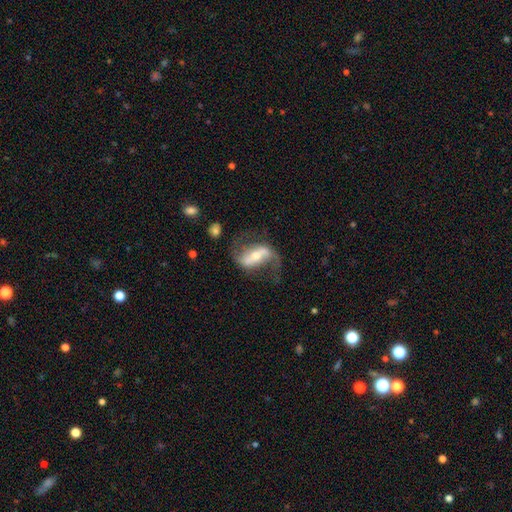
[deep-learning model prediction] Smooth or featured? Predicted: featured or disk (p=0.83). Edge-on disk? Predicted: no (p=0.94). Bar? Predicted: strong (p=0.56). Spiral arms? Predicted: yes (p=0.92). Spiral winding? Predicted: loose (p=0.66). Spiral arm count? Predicted: 2 (p=0.88). Bulge size? Predicted: moderate (p=0.51). Merging? Predicted: none (p=0.62).